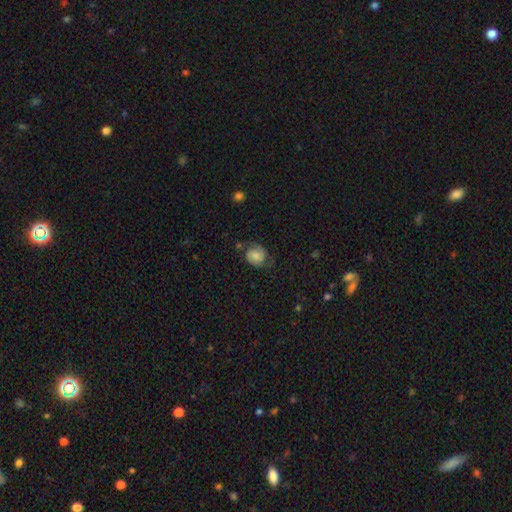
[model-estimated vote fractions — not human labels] Smooth or featured? Predicted: featured or disk (p=0.46). Merging? Predicted: none (p=0.59).